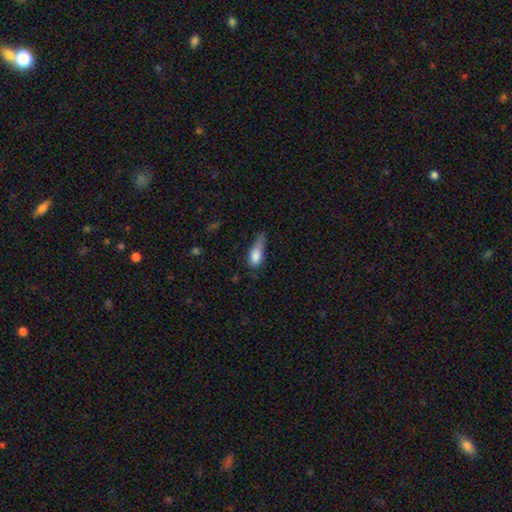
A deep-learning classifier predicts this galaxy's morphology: This is likely a smooth galaxy (77%). How rounded: likely in between (72%). Merging: marginally minor disturbance (38%).